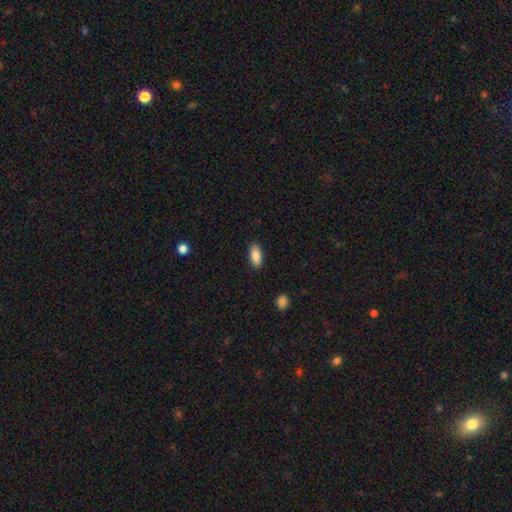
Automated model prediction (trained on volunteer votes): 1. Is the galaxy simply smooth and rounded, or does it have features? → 88% smooth, 7% star or artifact, 6% featured or disk.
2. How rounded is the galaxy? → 85% in between, 13% cigar-shaped, 2% round.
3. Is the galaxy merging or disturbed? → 89% none, 8% minor disturbance, 2% major disturbance, 1% merger.